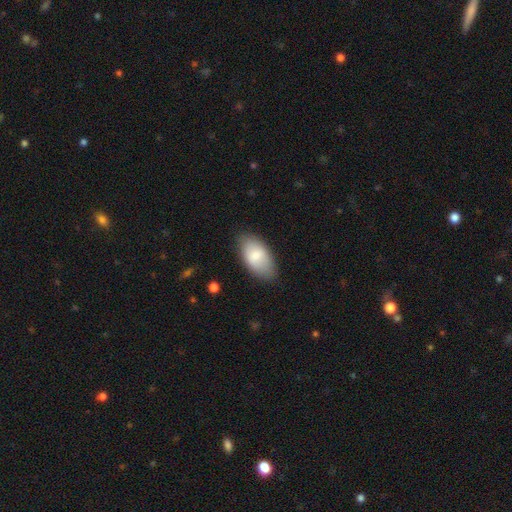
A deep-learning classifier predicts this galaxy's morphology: Smooth or featured?
  - smooth: 79% *
  - featured or disk: 15%
  - star or artifact: 6%
How rounded?
  - in between: 94% *
  - round: 3%
  - cigar-shaped: 3%
Merging?
  - none: 79% *
  - minor disturbance: 16%
  - major disturbance: 4%
  - merger: 1%